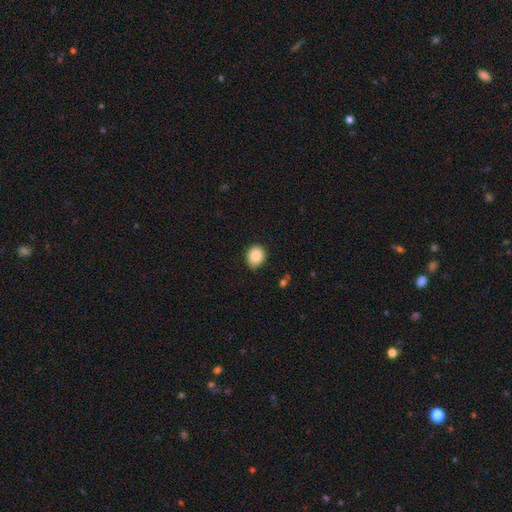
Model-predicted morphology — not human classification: The model was most divided on "how rounded": round: 61%, in between: 39%, cigar-shaped: 1%. More confident: smooth or featured — smooth (87%); merging — none (80%).